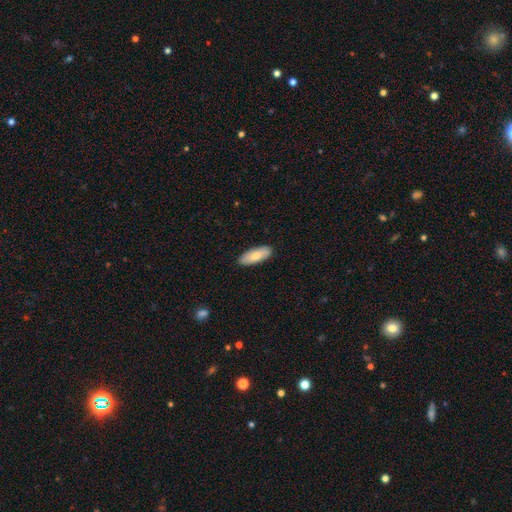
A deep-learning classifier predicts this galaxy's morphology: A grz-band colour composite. It shows a smooth galaxy with no disk features (76%) that is in between round and cigar-shaped (73%). Merging: none (89%).